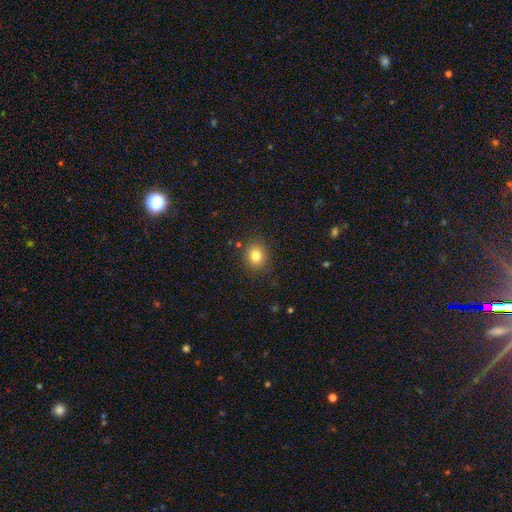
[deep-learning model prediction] smooth 81%, star or artifact 12%, featured or disk 7%. Down the decision tree: how rounded — round (68%); merging — none (86%).